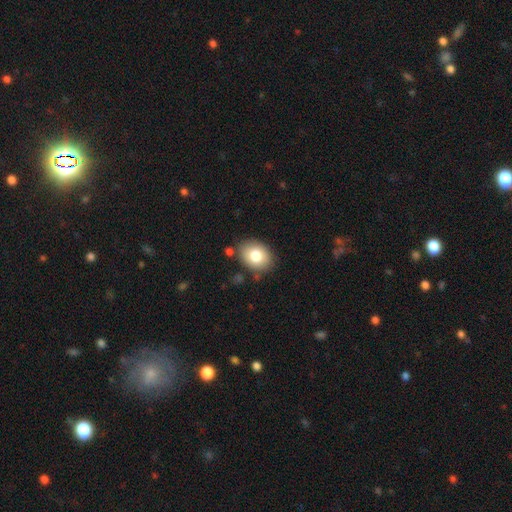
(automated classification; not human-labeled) Overall: smooth (80%). How rounded: in between (67%; round 32%). Merging: none (81%).